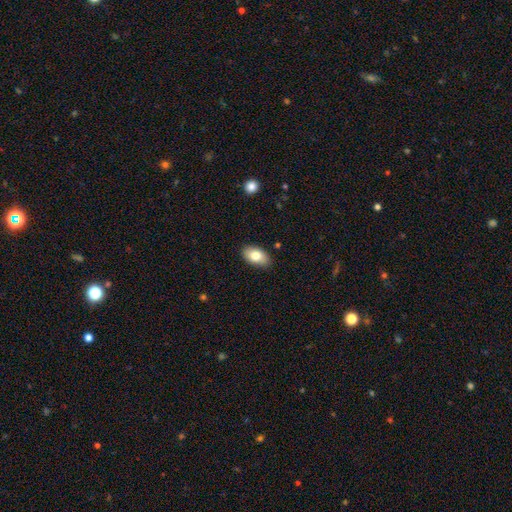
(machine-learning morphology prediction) Smooth or featured? smooth (81%)
How rounded? in between (93%)
Merging? none (86%)